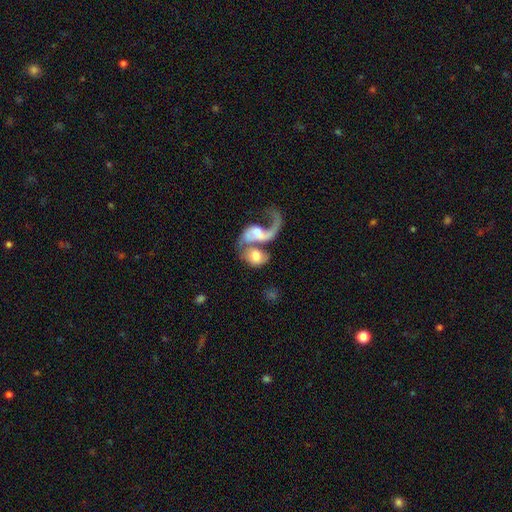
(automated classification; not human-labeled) This appears to be a featured or disk galaxy (55%) with no bar (60%), spiral arms (71%) and a moderate central bulge (47%). Merging: merger (70%).